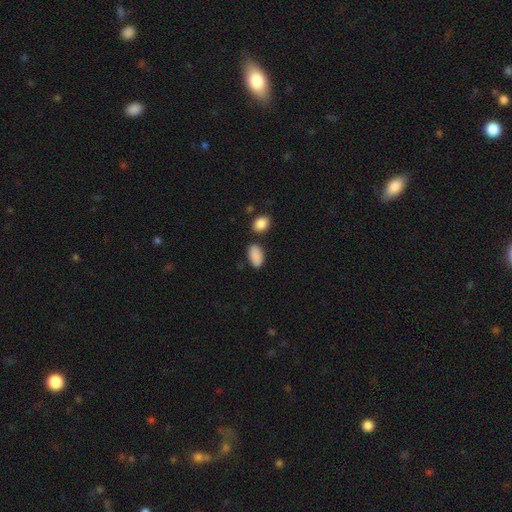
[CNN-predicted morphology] Smooth or featured? smooth (89%)
How rounded? in between (93%)
Merging? none (77%)